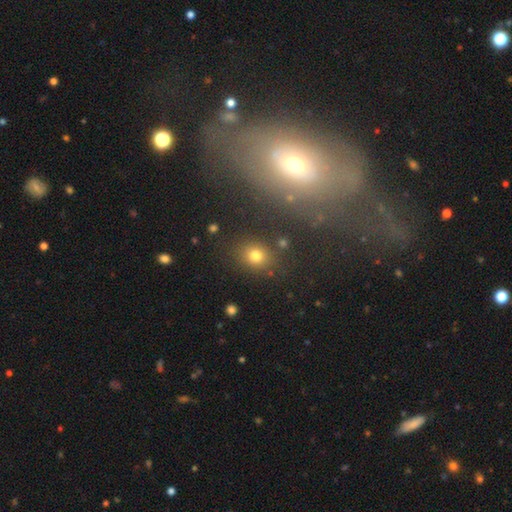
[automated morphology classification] This appears to be a smooth galaxy with no disk features (74%) that is round (65%). Merging: none (82%).